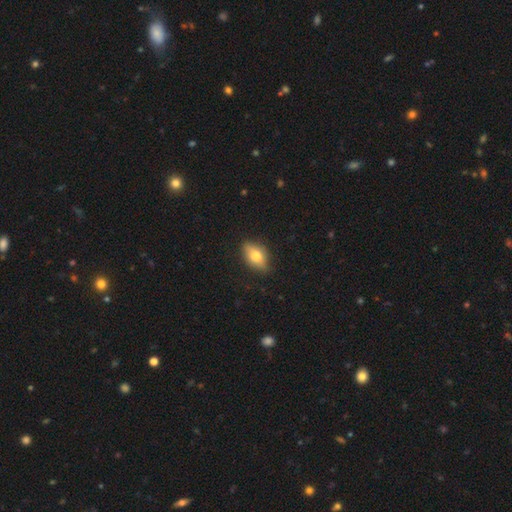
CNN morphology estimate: A smooth galaxy with no disk features (67%) that is in between round and cigar-shaped (83%). Merging: none (82%).